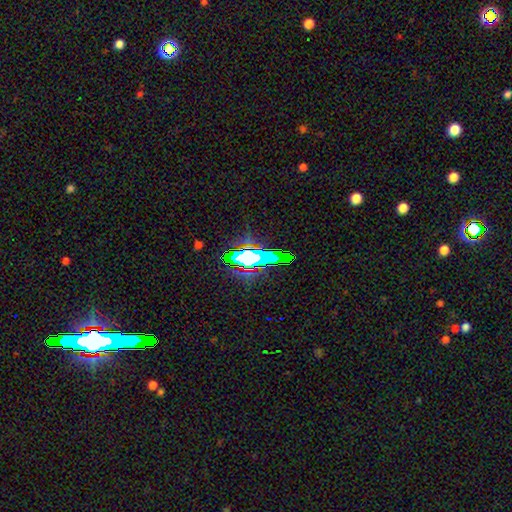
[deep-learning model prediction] Smooth or featured?
  - star or artifact: 61% *
  - smooth: 23%
  - featured or disk: 16%